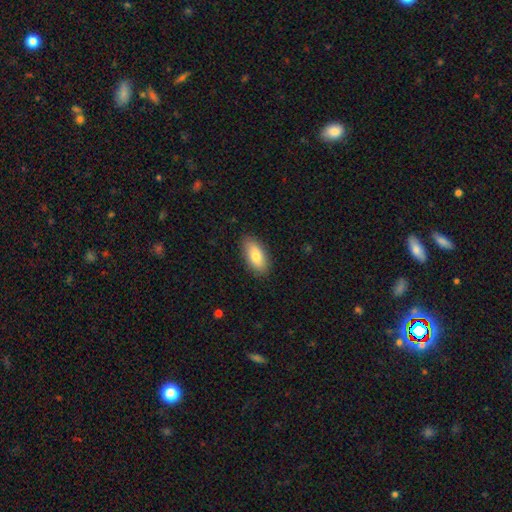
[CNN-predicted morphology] smooth_or_featured: smooth (p=0.78) [alt: featured or disk p=0.15]
how_rounded: in between (p=0.89) [alt: cigar-shaped p=0.08]
merging: none (p=0.87) [alt: minor disturbance p=0.10]